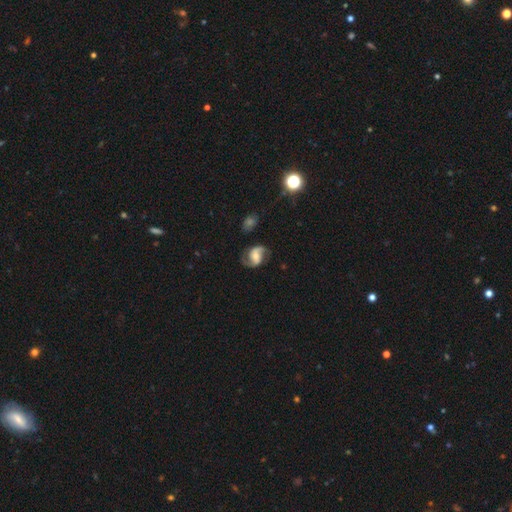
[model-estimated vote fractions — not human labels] Smooth or featured?
  - featured or disk: 82% *
  - smooth: 12%
  - star or artifact: 7%
Edge-on disk?
  - no: 97% *
  - yes: 3%
Bar?
  - weak: 42% *
  - no: 39%
  - strong: 20%
Spiral arms?
  - yes: 96% *
  - no: 4%
Spiral winding?
  - medium: 49% *
  - loose: 36%
  - tight: 15%
Spiral arm count?
  - 2: 92% *
  - can't tell: 3%
  - 1: 2%
  - 3: 1%
  - 4: 1%
  - more than 4: 1%
Bulge size?
  - moderate: 54% *
  - small: 34%
  - large: 7%
  - none: 4%
  - dominant: 1%
Merging?
  - none: 77% *
  - minor disturbance: 15%
  - major disturbance: 6%
  - merger: 2%